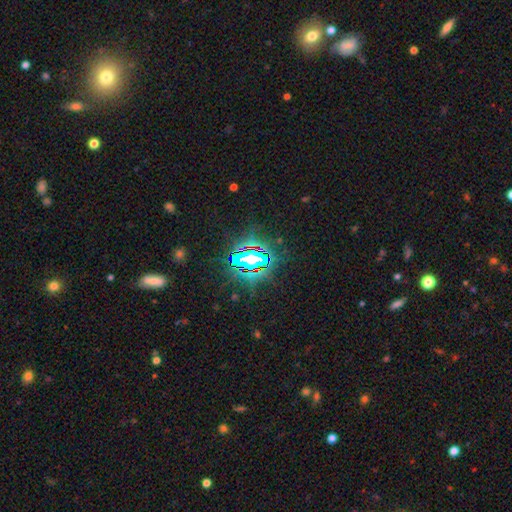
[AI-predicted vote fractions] Smooth or featured: star or artifact — 79% (smooth — 11%)